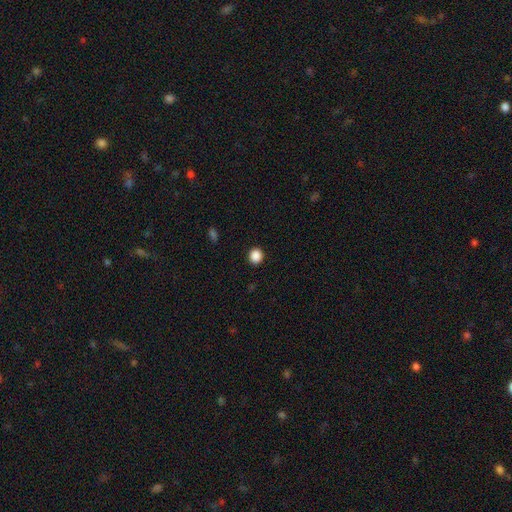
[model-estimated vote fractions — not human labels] Smooth or featured? smooth (88%)
How rounded? round (90%)
Merging? none (93%)